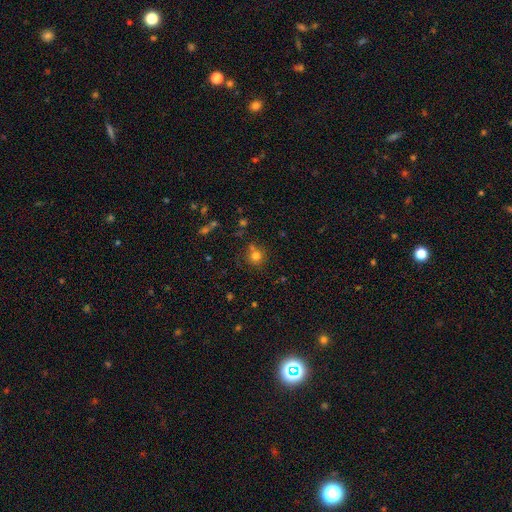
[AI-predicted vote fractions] smooth-or-featured: smooth: 76% | star or artifact: 15% | featured or disk: 9%
  how-rounded: round: 90% | in between: 9% | cigar-shaped: 1%
  merging: none: 71% | merger: 13% | minor disturbance: 12% | major disturbance: 4%